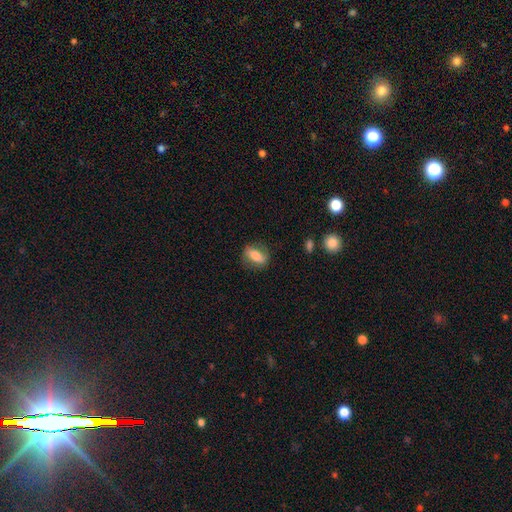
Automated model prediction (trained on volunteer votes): Morphology: type=smooth (66%); roundness=in between (77%); merging=none (75%).